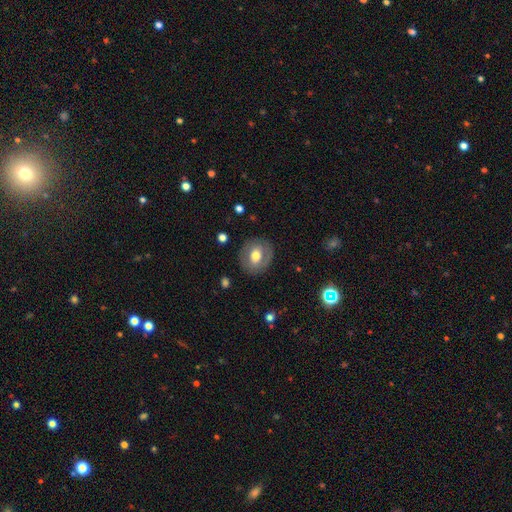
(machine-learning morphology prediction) The model was most divided on "smooth or featured": smooth: 56%, featured or disk: 36%, star or artifact: 7%. More confident: merging — none (84%); how rounded — round (71%).